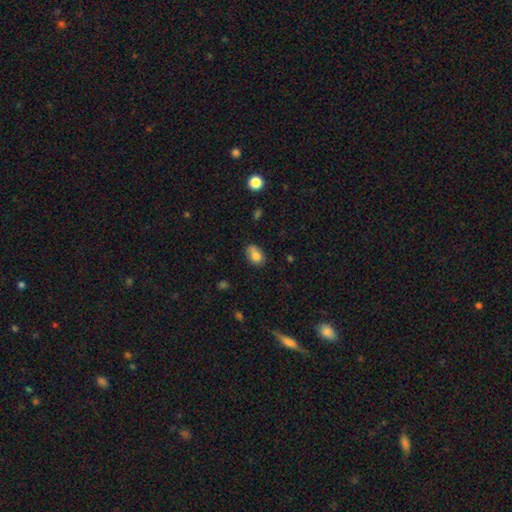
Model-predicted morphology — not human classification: A smooth galaxy with no disk features (77%) that is in between round and cigar-shaped (75%). Merging: none (58%).